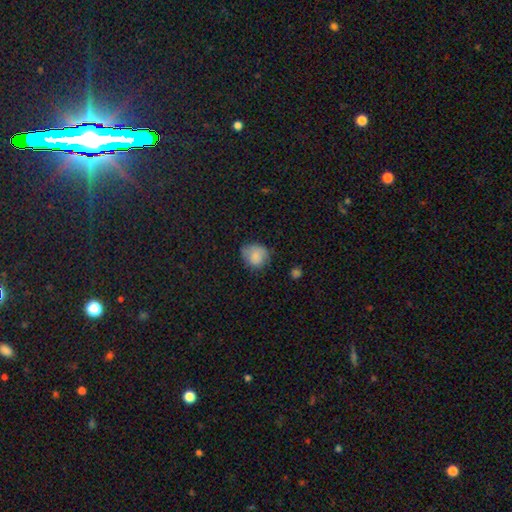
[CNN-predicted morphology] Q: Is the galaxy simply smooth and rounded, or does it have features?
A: smooth — 81%.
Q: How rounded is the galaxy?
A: round — 75%.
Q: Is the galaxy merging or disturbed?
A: none — 61%.